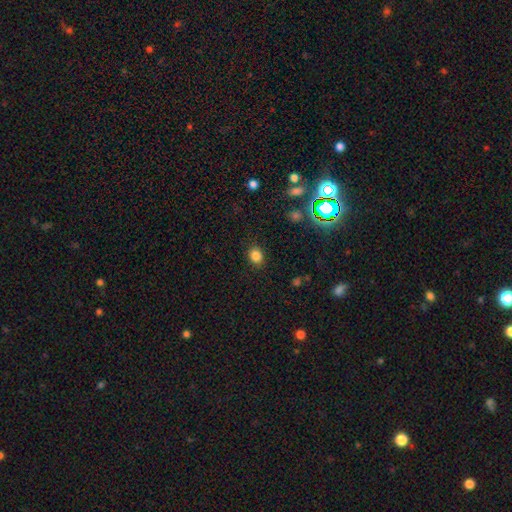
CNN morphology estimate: Q: Smooth or featured?
A: smooth (83%); runner-up: star or artifact (12%)
Q: How rounded?
A: round (56%); runner-up: in between (43%)
Q: Merging?
A: none (88%); runner-up: minor disturbance (8%)